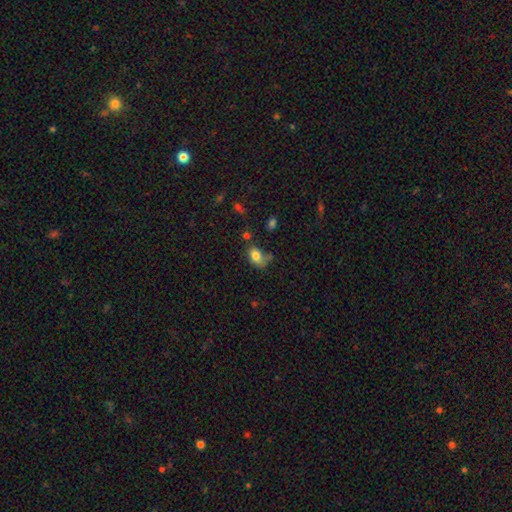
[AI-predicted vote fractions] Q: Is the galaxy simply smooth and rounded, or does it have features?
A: smooth — 79%.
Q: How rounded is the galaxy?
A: in between — 80%.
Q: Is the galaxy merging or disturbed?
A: none — 45%.